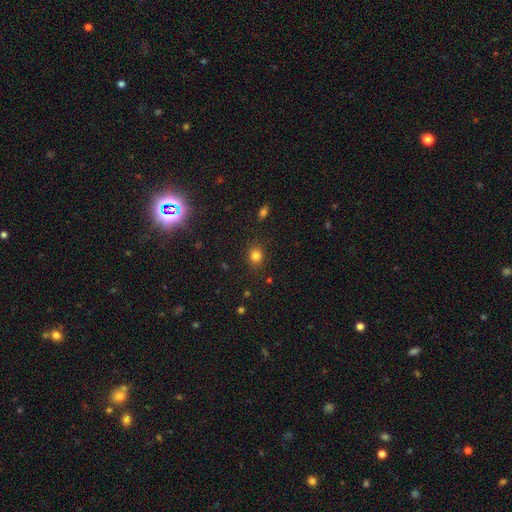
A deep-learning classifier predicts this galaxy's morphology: A smooth galaxy with no disk features (81%) that is round (73%). Merging: none (87%).